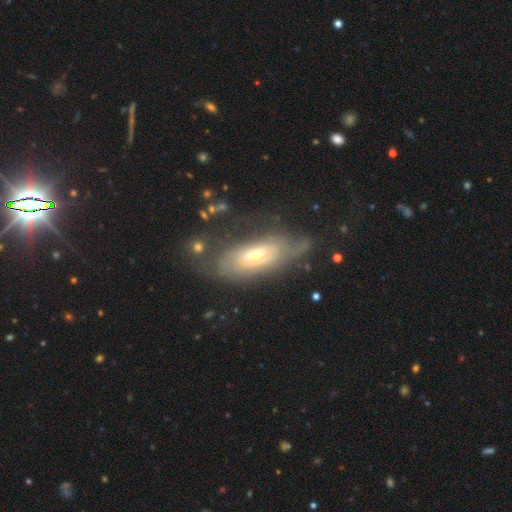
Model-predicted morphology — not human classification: featured or disk 57%, smooth 35%, star or artifact 8%. Down the decision tree: edge-on disk — no (80%); merging — none (41%).